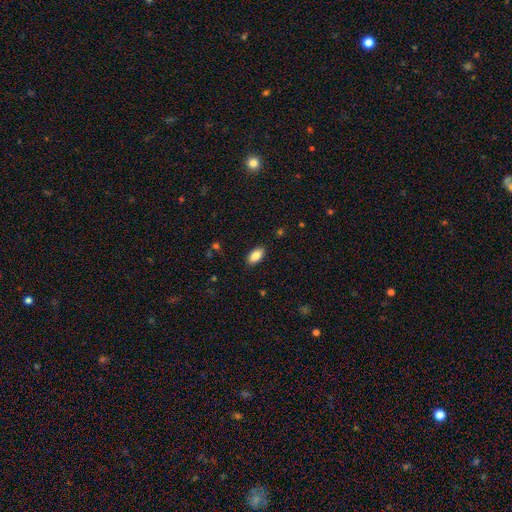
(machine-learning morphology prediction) Q: Smooth or featured?
A: smooth (87%); runner-up: star or artifact (7%)
Q: How rounded?
A: in between (94%); runner-up: round (4%)
Q: Merging?
A: none (88%); runner-up: minor disturbance (9%)